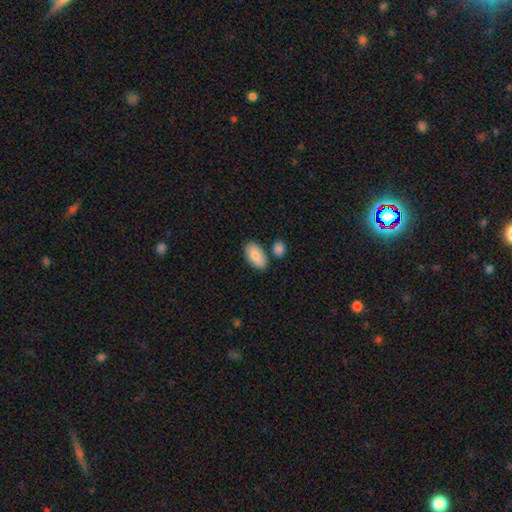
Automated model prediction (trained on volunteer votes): Smooth or featured?
  - smooth: 85% *
  - featured or disk: 9%
  - star or artifact: 6%
How rounded?
  - in between: 93% *
  - cigar-shaped: 3%
  - round: 3%
Merging?
  - none: 73% *
  - minor disturbance: 13%
  - merger: 10%
  - major disturbance: 3%